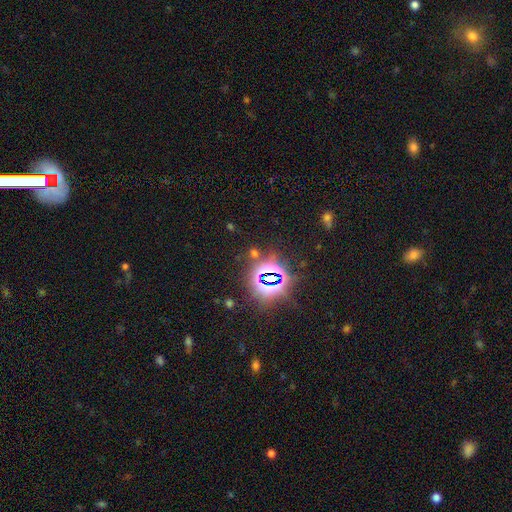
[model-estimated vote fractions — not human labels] Smooth or featured?
  - star or artifact: 80% *
  - smooth: 12%
  - featured or disk: 8%